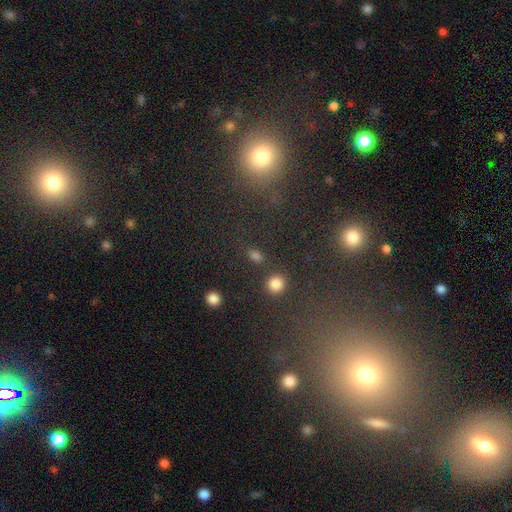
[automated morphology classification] smooth 77%, star or artifact 18%, featured or disk 5%. Down the decision tree: how rounded — round (58%); merging — none (80%).